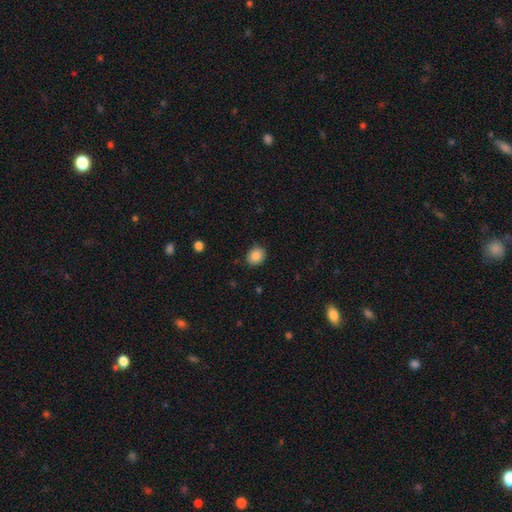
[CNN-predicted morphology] A smooth galaxy with no disk features (86%) that is round (62%). Merging: none (86%).